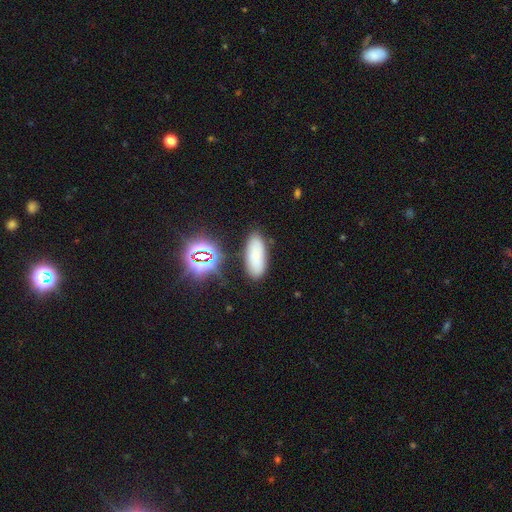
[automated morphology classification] Smooth or featured? Predicted: smooth (p=0.70). How rounded? Predicted: in between (p=0.80). Merging? Predicted: none (p=0.82).